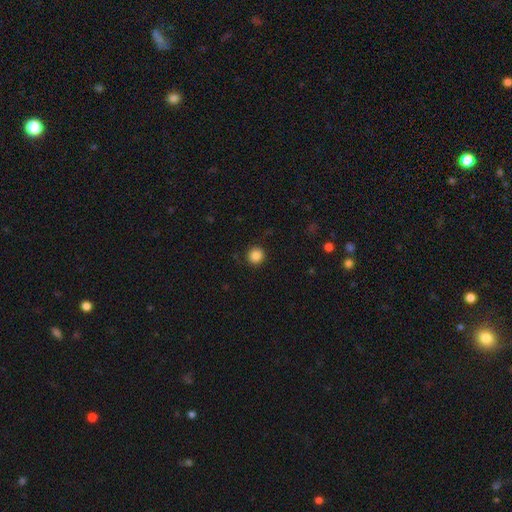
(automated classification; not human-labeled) The model was most divided on "smooth or featured": smooth: 86%, star or artifact: 10%, featured or disk: 4%. More confident: how rounded — round (93%); merging — none (90%).